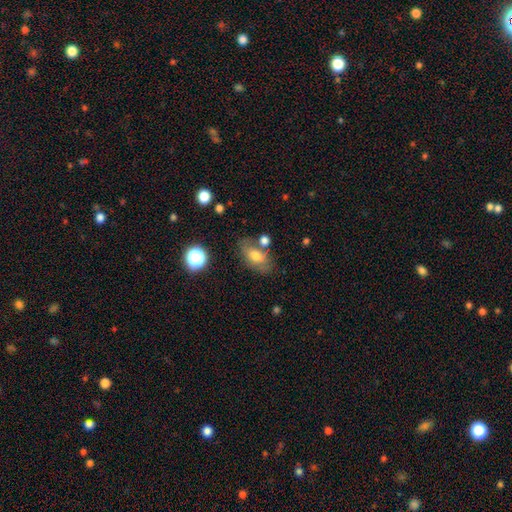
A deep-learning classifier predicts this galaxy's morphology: smooth_or_featured: smooth (p=0.67) [alt: featured or disk p=0.23]
how_rounded: in between (p=0.83) [alt: round p=0.12]
merging: none (p=0.62) [alt: minor disturbance p=0.18]